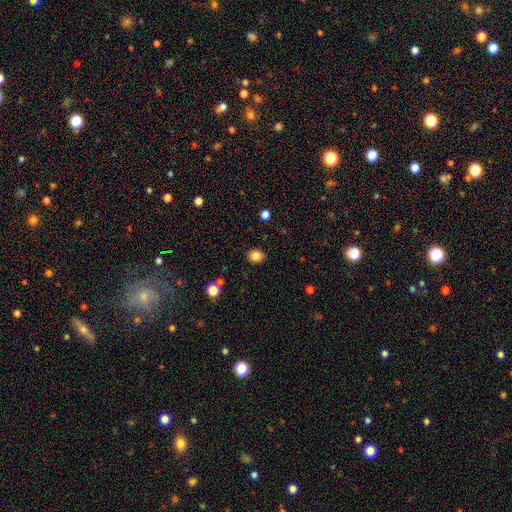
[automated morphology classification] smooth_or_featured: smooth (p=0.85) [alt: star or artifact p=0.11]
how_rounded: round (p=0.68) [alt: in between p=0.31]
merging: none (p=0.88) [alt: minor disturbance p=0.08]